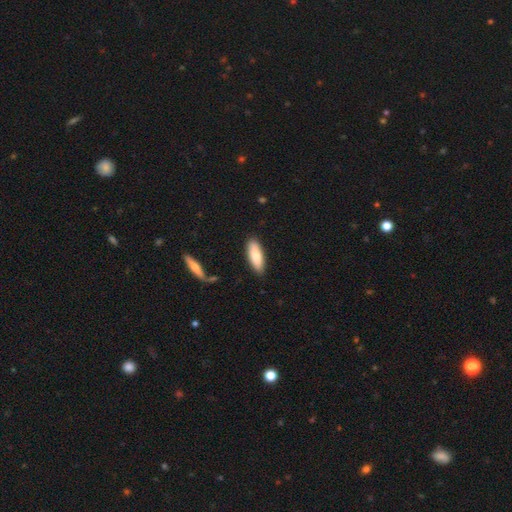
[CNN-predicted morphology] A smooth galaxy with no disk features (82%) that is in between round and cigar-shaped (61%).

Vote fractions:
- Smooth or featured? smooth: 82% / featured or disk: 13% / star or artifact: 5%
- How rounded? in between: 61% / cigar-shaped: 38% / round: 2%
- Merging? none: 84% / minor disturbance: 11% / merger: 2% / major disturbance: 2%